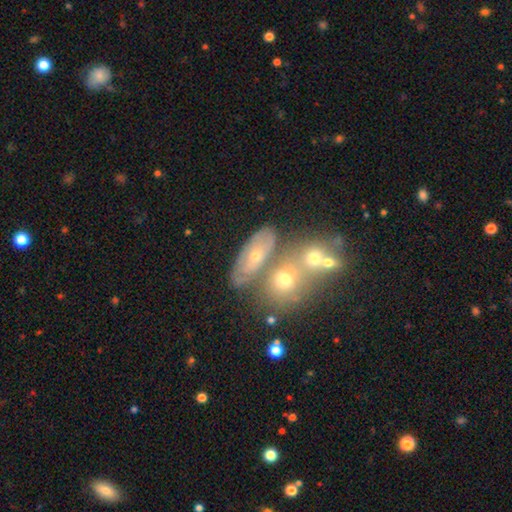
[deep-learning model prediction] Smooth or featured?
  - featured or disk: 48% *
  - smooth: 41%
  - star or artifact: 11%
Merging?
  - none: 45% *
  - merger: 34%
  - minor disturbance: 15%
  - major disturbance: 6%